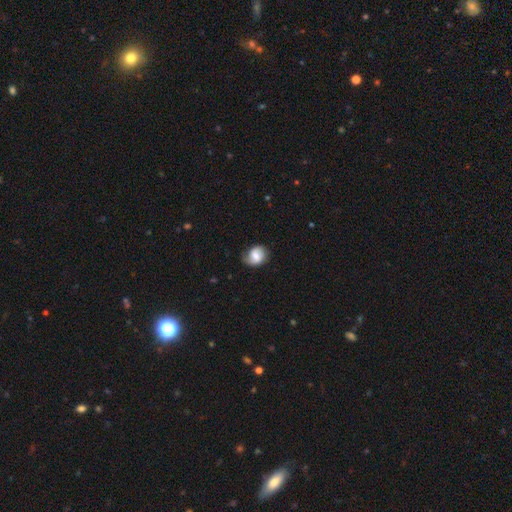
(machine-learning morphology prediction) Smooth or featured: smooth — 51% (featured or disk — 42%)
How rounded: round — 58% (in between — 41%)
Merging: none — 64% (minor disturbance — 26%)